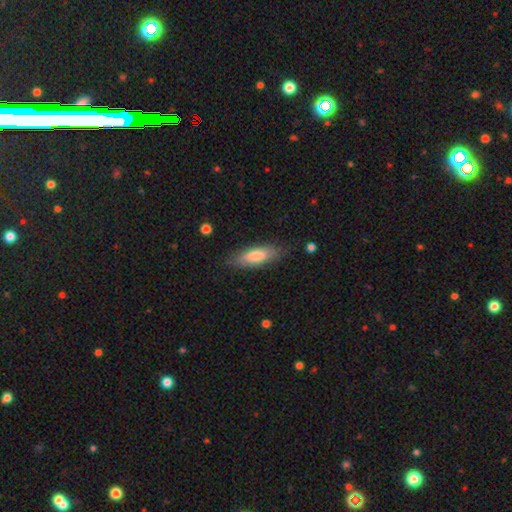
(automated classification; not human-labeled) Q: Smooth or featured?
A: smooth (76%); runner-up: featured or disk (18%)
Q: How rounded?
A: in between (54%); runner-up: cigar-shaped (45%)
Q: Merging?
A: none (81%); runner-up: minor disturbance (14%)